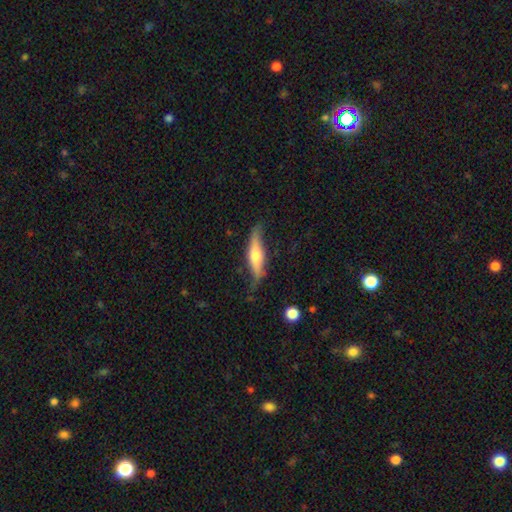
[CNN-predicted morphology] Smooth or featured: featured or disk — 55% (smooth — 39%)
Edge-on disk: yes — 80% (no — 20%)
Merging: none — 62% (minor disturbance — 27%)